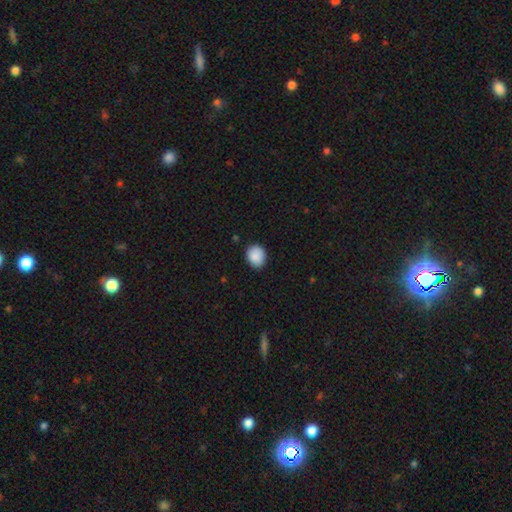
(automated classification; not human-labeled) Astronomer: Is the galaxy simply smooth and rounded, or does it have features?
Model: smooth — 88%.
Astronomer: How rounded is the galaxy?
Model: round — 65%.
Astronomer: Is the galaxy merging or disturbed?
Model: none — 83%.